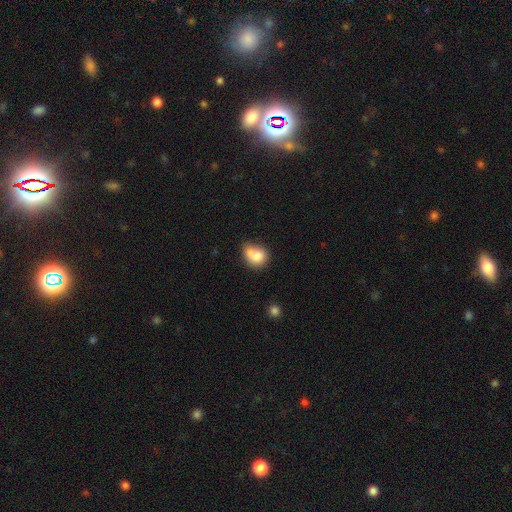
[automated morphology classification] smooth_or_featured: smooth (p=0.77) [alt: featured or disk p=0.13]
how_rounded: round (p=0.57) [alt: in between p=0.42]
merging: none (p=0.34) [alt: merger p=0.32]